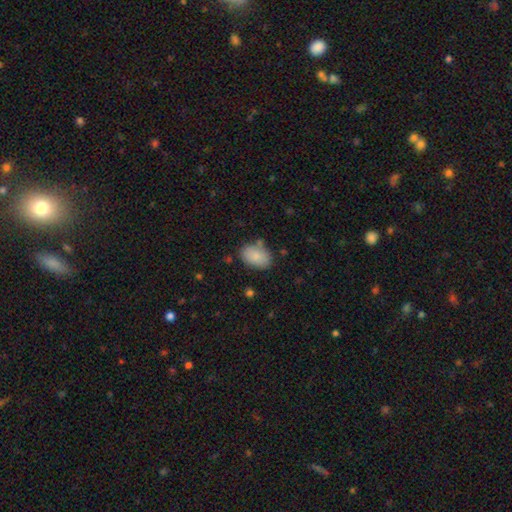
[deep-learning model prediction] Smooth or featured?
  - smooth: 85% *
  - featured or disk: 7%
  - star or artifact: 7%
How rounded?
  - in between: 86% *
  - round: 13%
  - cigar-shaped: 1%
Merging?
  - none: 74% *
  - minor disturbance: 17%
  - merger: 5%
  - major disturbance: 4%